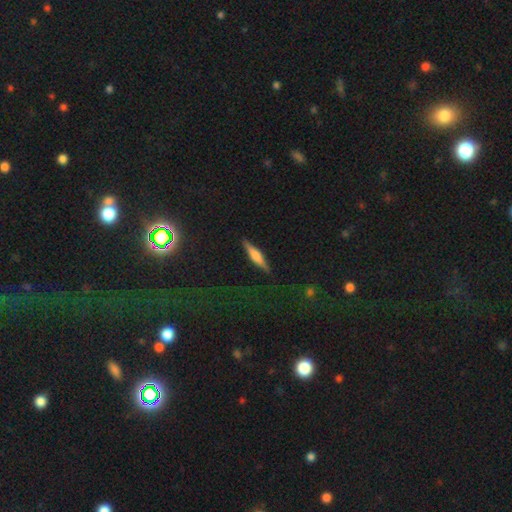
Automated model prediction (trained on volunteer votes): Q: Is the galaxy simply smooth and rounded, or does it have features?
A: smooth — 46%, tied with featured or disk.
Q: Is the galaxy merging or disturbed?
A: none — 87%.